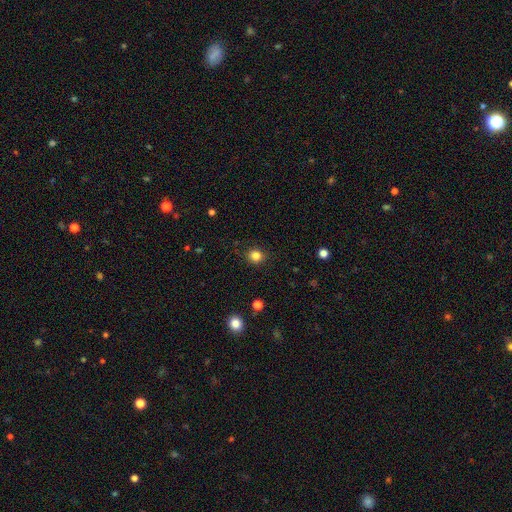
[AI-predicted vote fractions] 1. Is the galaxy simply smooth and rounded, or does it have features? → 83% smooth, 13% star or artifact, 5% featured or disk.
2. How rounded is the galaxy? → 87% round, 12% in between, 1% cigar-shaped.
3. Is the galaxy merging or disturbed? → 88% none, 8% minor disturbance, 2% major disturbance, 1% merger.